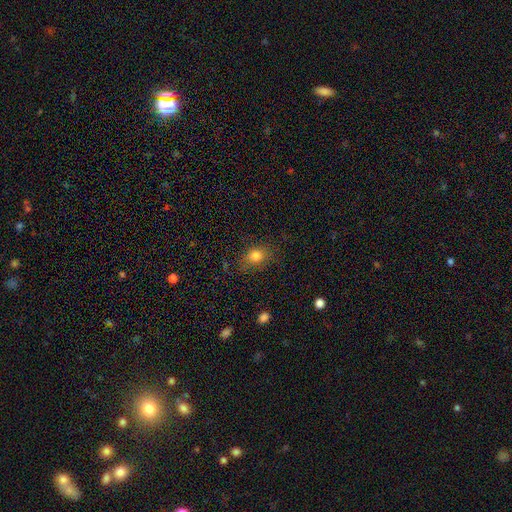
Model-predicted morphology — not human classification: Smooth or featured: smooth — 80% (star or artifact — 12%)
How rounded: in between — 53% (round — 46%)
Merging: none — 75% (minor disturbance — 17%)